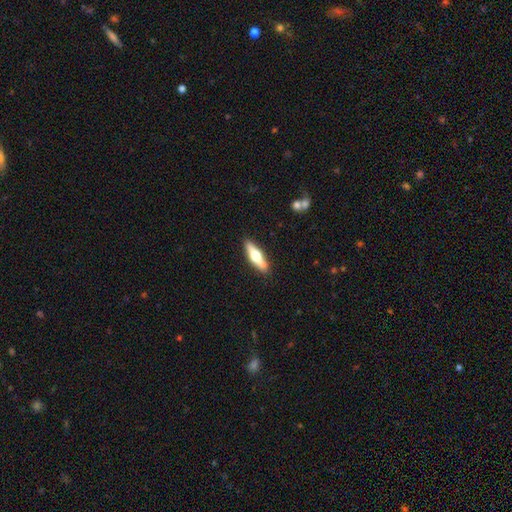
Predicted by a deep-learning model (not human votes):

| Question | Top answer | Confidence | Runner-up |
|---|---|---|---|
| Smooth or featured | featured or disk | 50% | smooth (45%) |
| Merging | none | 89% | minor disturbance (8%) |